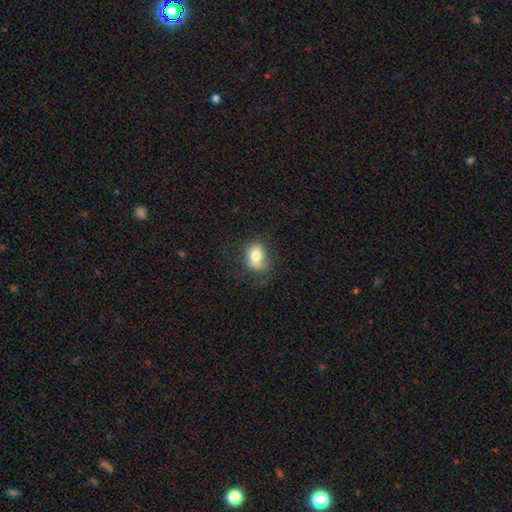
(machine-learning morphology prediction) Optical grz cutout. It shows a smooth galaxy with no disk features (77%) that is in between round and cigar-shaped (67%). Merging: none (56%).